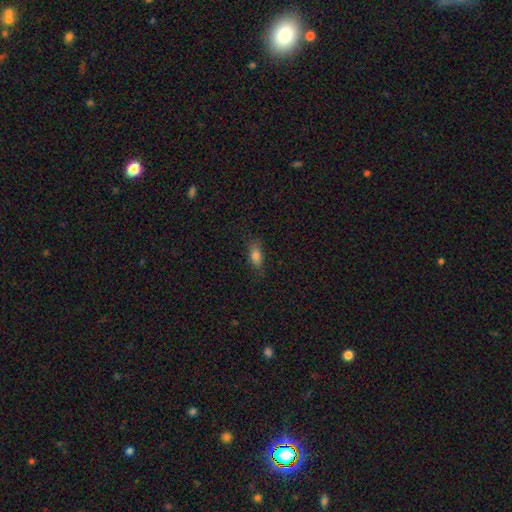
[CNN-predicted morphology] Q: Smooth or featured?
A: smooth (81%); runner-up: star or artifact (10%)
Q: How rounded?
A: in between (82%); runner-up: cigar-shaped (11%)
Q: Merging?
A: none (78%); runner-up: minor disturbance (17%)